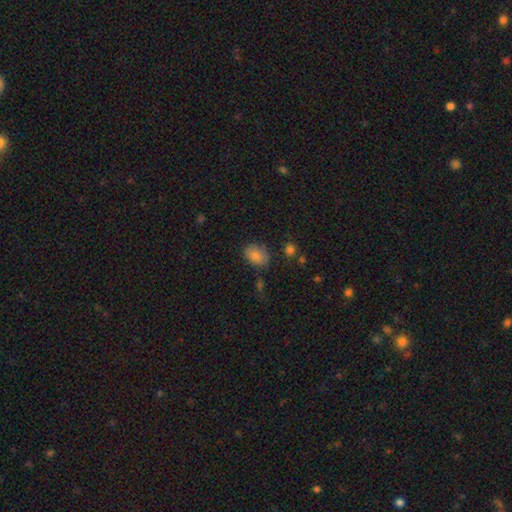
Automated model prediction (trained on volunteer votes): A smooth galaxy with no disk features (83%) that is in between round and cigar-shaped (72%). Merging: none (72%).